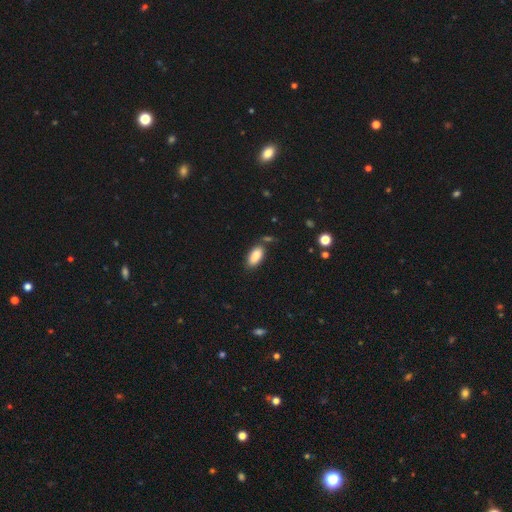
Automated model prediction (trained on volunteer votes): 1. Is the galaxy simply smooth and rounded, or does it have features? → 88% smooth, 7% star or artifact, 5% featured or disk.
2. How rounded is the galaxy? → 91% in between, 7% cigar-shaped, 2% round.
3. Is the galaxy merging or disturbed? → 74% none, 15% minor disturbance, 7% merger, 4% major disturbance.